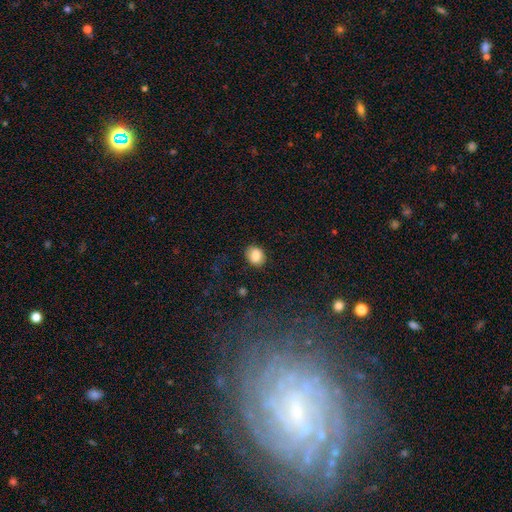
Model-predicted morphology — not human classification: This appears to be a smooth galaxy with no disk features (85%) that is in between round and cigar-shaped (53%). Merging: none (83%).